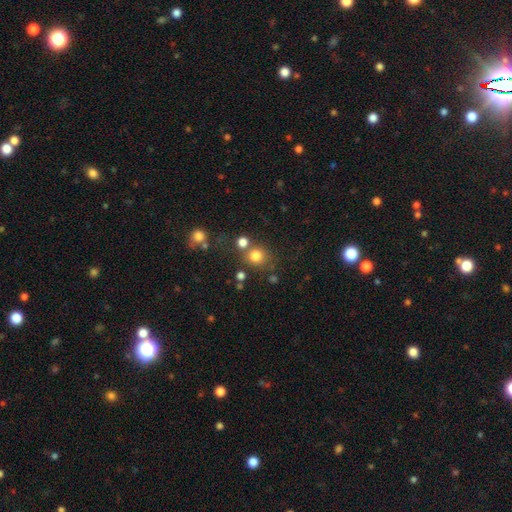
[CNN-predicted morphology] Smooth or featured? smooth (78%)
How rounded? round (86%)
Merging? none (68%)